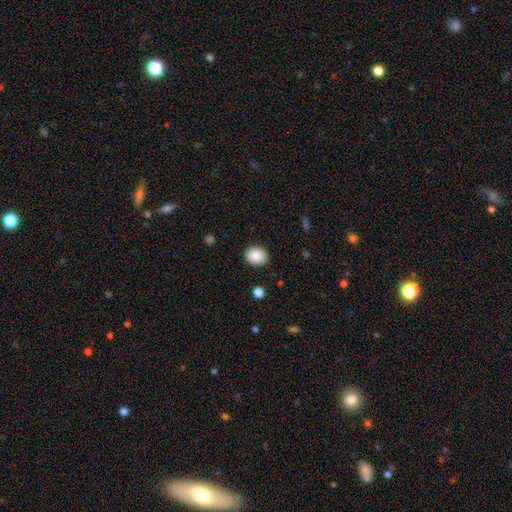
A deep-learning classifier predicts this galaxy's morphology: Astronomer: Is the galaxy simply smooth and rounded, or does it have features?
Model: smooth — 87%.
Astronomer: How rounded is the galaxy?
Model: round — 50% (runner-up: in between, 49%).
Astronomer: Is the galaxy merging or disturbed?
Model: none — 88%.